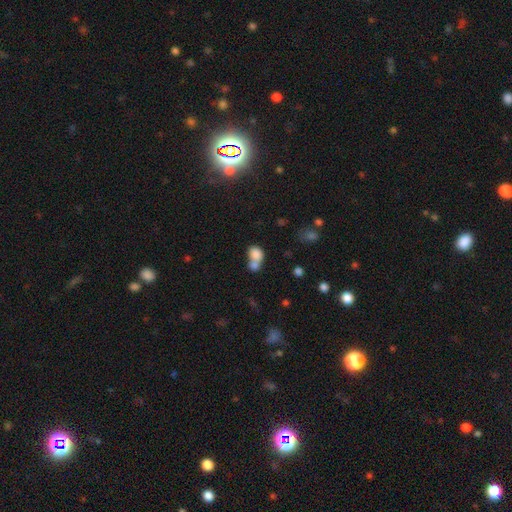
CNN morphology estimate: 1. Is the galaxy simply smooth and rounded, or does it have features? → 80% smooth, 10% featured or disk, 9% star or artifact.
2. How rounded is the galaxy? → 56% in between, 42% round, 2% cigar-shaped.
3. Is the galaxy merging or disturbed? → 65% merger, 23% none, 8% minor disturbance, 5% major disturbance.